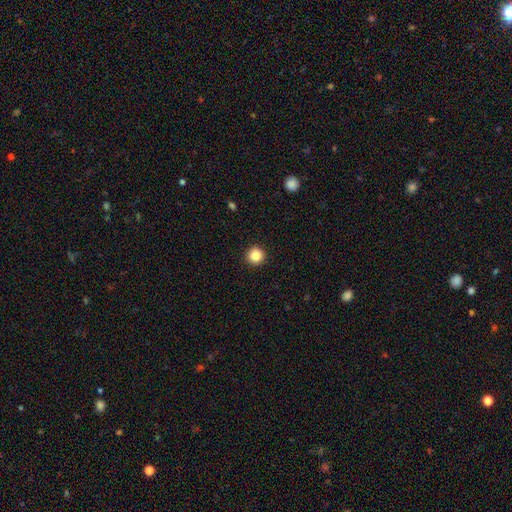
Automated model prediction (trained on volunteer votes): smooth 85%, star or artifact 10%, featured or disk 5%. Down the decision tree: how rounded — round (96%); merging — none (94%).